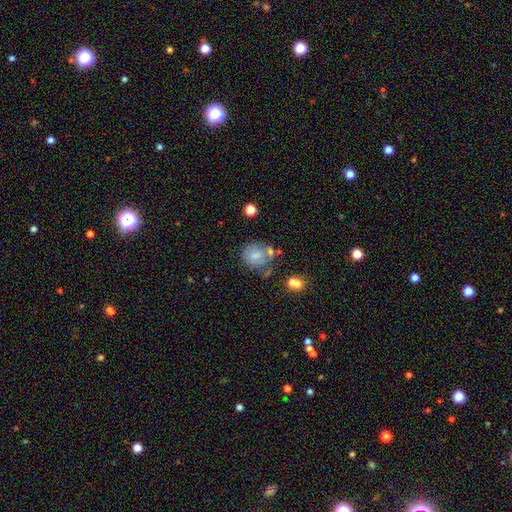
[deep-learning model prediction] smooth 65%, featured or disk 25%, star or artifact 10%. Down the decision tree: how rounded — round (65%); merging — none (46%).